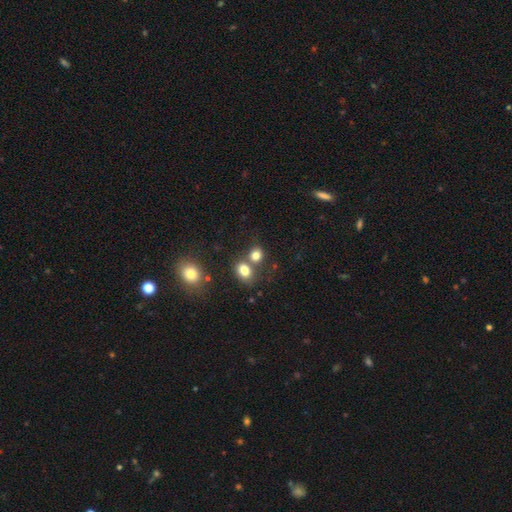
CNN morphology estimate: Q: Smooth or featured?
A: smooth (79%); runner-up: star or artifact (13%)
Q: How rounded?
A: round (60%); runner-up: in between (39%)
Q: Merging?
A: none (50%); runner-up: merger (36%)